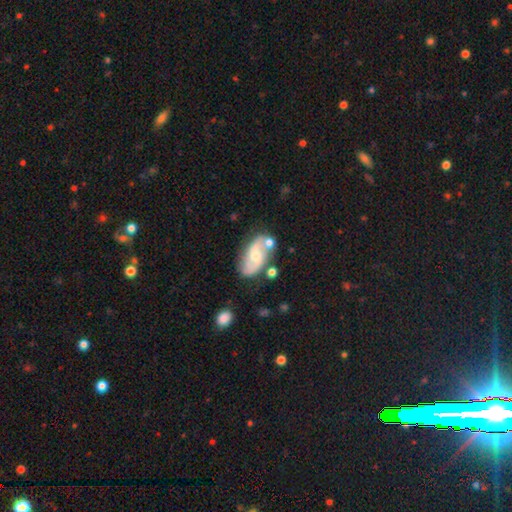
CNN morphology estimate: A featured or disk galaxy (73%) with no bar (57%), 2 (86%) medium (44%) spiral arms (90%) and a moderate central bulge (51%). Merging: none (62%).